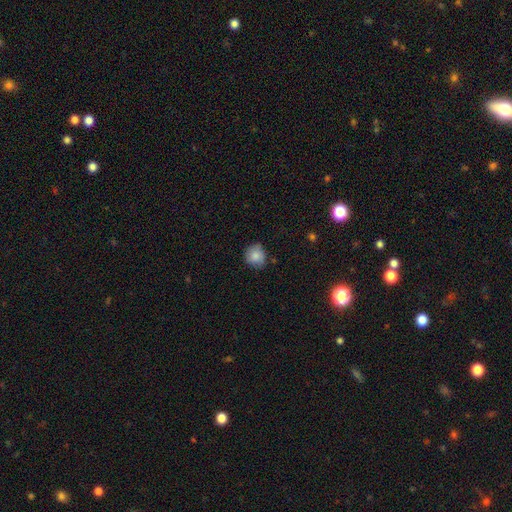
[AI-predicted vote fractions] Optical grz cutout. It shows a smooth galaxy with no disk features (85%) that is round (87%). Merging: none (76%).